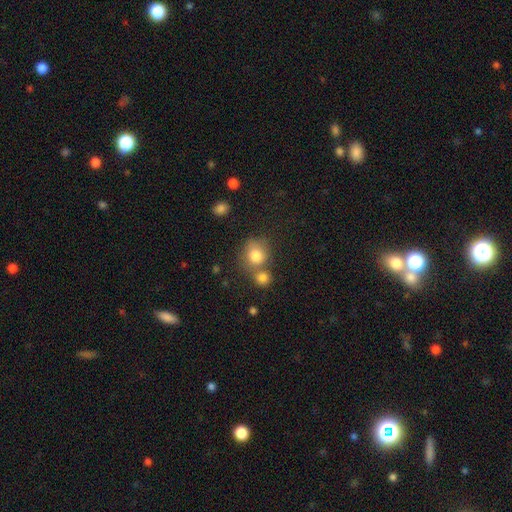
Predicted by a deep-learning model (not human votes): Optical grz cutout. It shows a smooth galaxy with no disk features (81%) that is round (80%). Merging: none (49%).